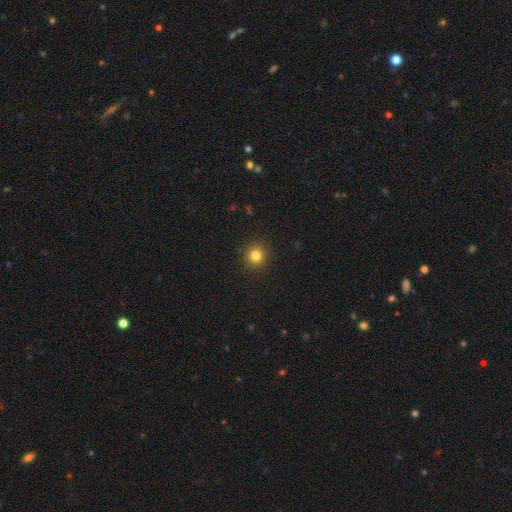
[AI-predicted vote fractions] Q: Smooth or featured?
A: smooth (82%); runner-up: star or artifact (12%)
Q: How rounded?
A: round (94%); runner-up: in between (5%)
Q: Merging?
A: none (92%); runner-up: minor disturbance (5%)